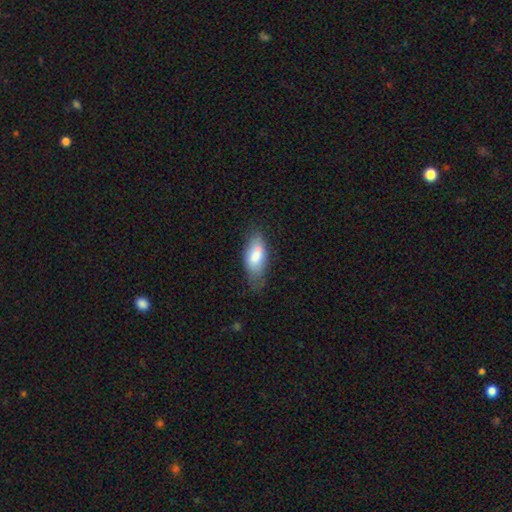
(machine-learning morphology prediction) smooth-or-featured: smooth: 76% | featured or disk: 18% | star or artifact: 7%
  how-rounded: in between: 85% | cigar-shaped: 13% | round: 2%
  merging: none: 55% | minor disturbance: 32% | major disturbance: 11% | merger: 2%